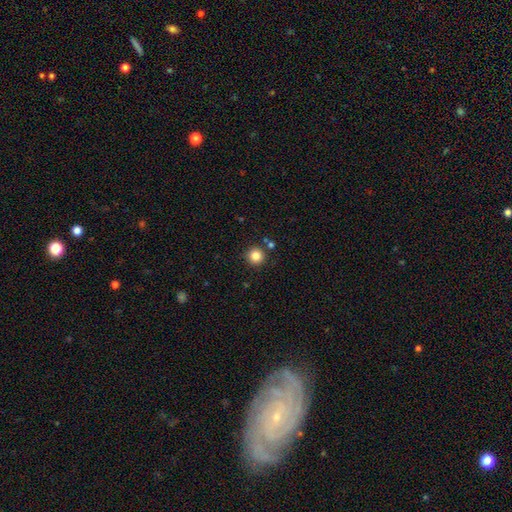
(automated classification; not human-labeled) Overall: smooth (84%). How rounded: round (95%). Merging: none (87%).